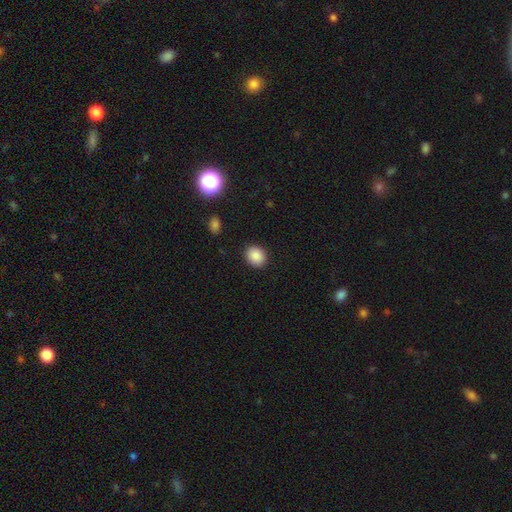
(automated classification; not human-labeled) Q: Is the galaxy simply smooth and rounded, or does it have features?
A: smooth — 88%.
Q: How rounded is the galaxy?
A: round — 61%.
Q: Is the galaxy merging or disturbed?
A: none — 90%.